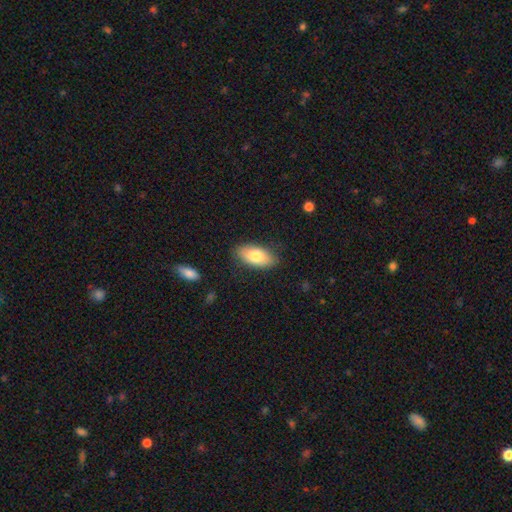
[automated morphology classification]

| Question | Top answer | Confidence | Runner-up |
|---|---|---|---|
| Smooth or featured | smooth | 77% | featured or disk (17%) |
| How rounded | in between | 91% | cigar-shaped (5%) |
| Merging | none | 85% | minor disturbance (11%) |